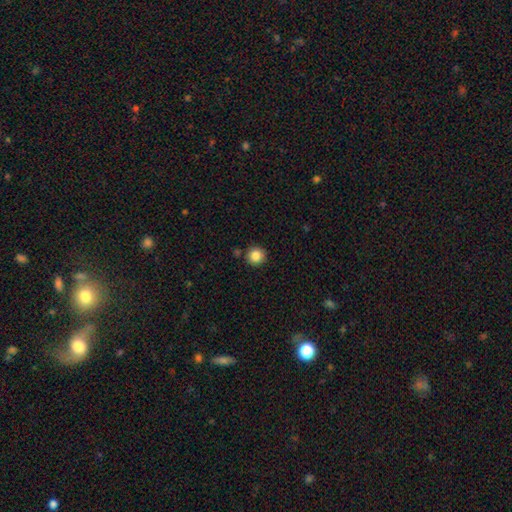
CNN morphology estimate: A smooth galaxy with no disk features (86%) that is round (95%).

Vote fractions:
- Smooth or featured? smooth: 86% / star or artifact: 10% / featured or disk: 4%
- How rounded? round: 95% / in between: 5% / cigar-shaped: 1%
- Merging? none: 89% / minor disturbance: 6% / merger: 3% / major disturbance: 2%